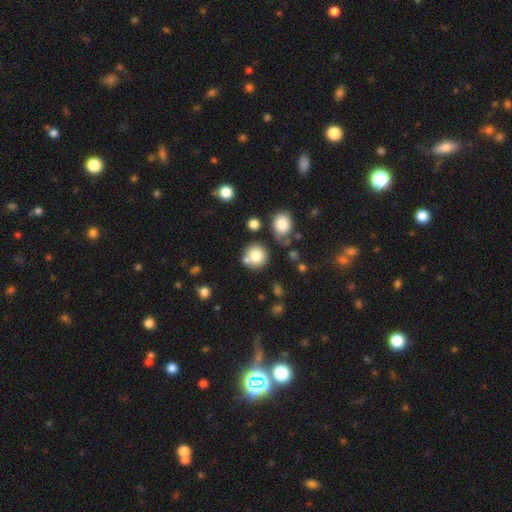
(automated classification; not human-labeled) This appears to be a smooth galaxy with no disk features (80%) that is round (90%). Merging: none (66%).